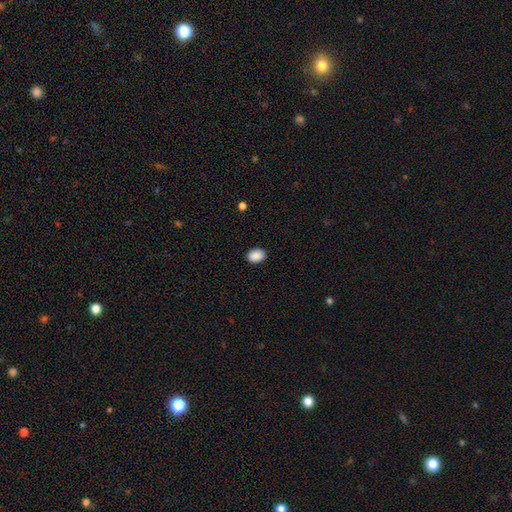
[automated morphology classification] smooth 90%, star or artifact 8%, featured or disk 2%. Down the decision tree: how rounded — in between (77%); merging — none (90%).